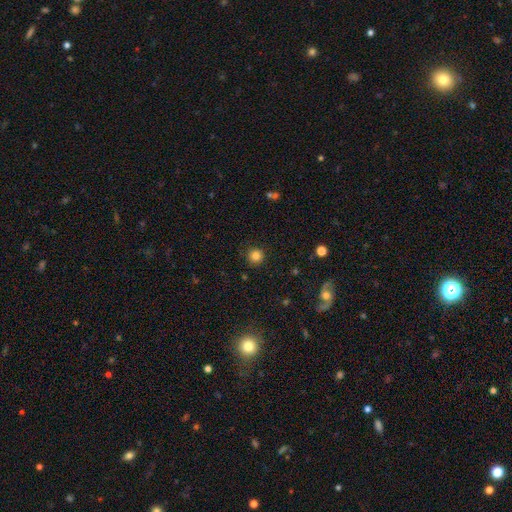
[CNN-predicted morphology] Q: Smooth or featured?
A: smooth (83%); runner-up: star or artifact (12%)
Q: How rounded?
A: round (94%); runner-up: in between (5%)
Q: Merging?
A: none (90%); runner-up: minor disturbance (6%)